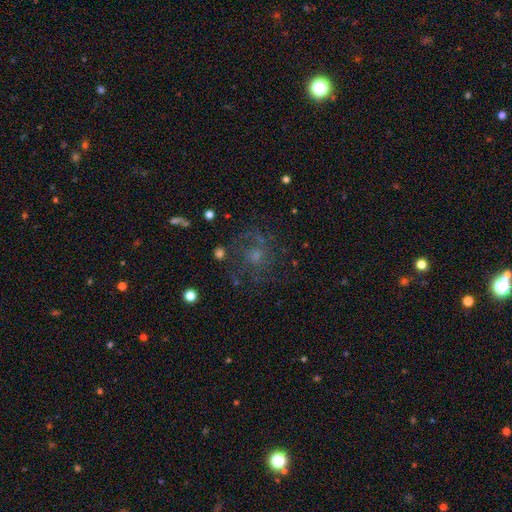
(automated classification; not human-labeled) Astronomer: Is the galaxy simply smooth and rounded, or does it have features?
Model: featured or disk — 57%.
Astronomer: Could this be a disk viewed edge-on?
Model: no — 98%.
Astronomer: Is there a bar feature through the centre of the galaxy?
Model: no — 73%.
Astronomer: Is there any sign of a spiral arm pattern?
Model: yes — 74%.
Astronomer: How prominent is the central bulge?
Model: small — 51% (runner-up: moderate, 29%).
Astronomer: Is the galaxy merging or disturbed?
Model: none — 62%.